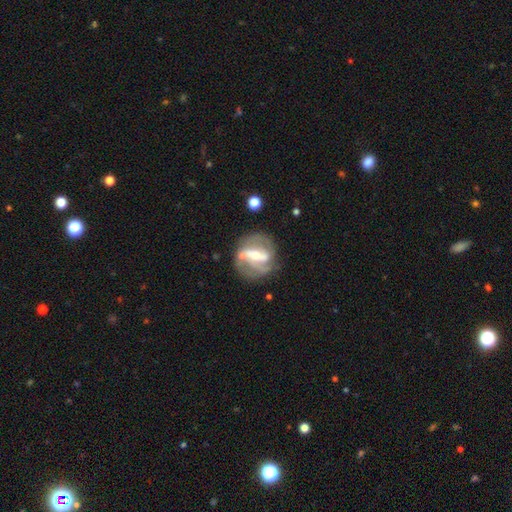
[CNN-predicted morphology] type=featured or disk (78%); edge-on=no (96%); bar=strong (54%); spiral arms=yes (82%); winding=medium (45%); arm count=2 (66%); bulge=moderate (48%); merging=none (63%).